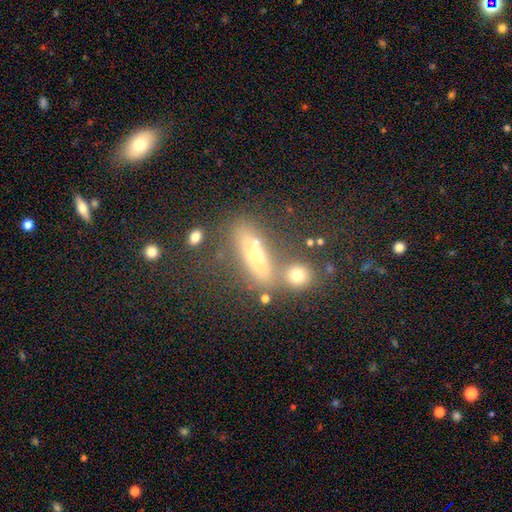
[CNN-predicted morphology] Smooth or featured?
  - smooth: 44% *
  - featured or disk: 41%
  - star or artifact: 15%
Merging?
  - none: 53% *
  - merger: 26%
  - minor disturbance: 13%
  - major disturbance: 8%